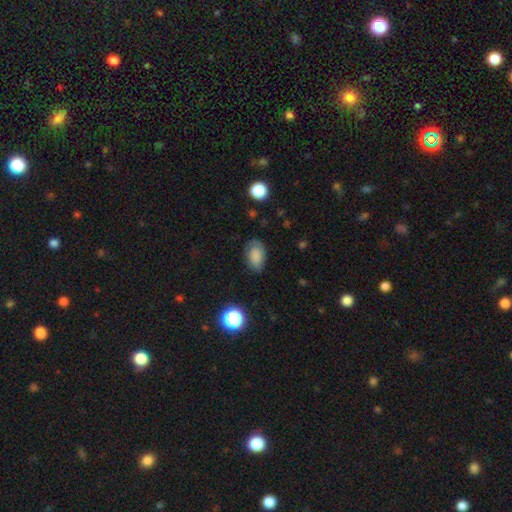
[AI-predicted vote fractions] A smooth galaxy with no disk features (83%) that is in between round and cigar-shaped (89%).

Vote fractions:
- Smooth or featured? smooth: 83% / star or artifact: 10% / featured or disk: 7%
- How rounded? in between: 89% / round: 9% / cigar-shaped: 2%
- Merging? none: 74% / minor disturbance: 19% / major disturbance: 5% / merger: 1%